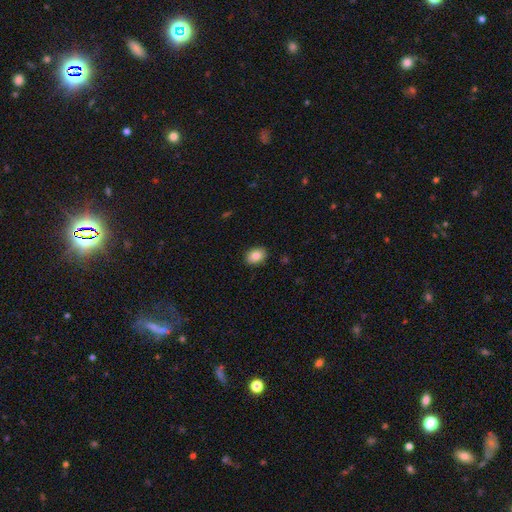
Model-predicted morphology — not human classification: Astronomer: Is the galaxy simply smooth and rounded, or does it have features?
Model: smooth — 85%.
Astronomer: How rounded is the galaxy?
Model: in between — 71%.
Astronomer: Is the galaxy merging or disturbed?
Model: none — 88%.